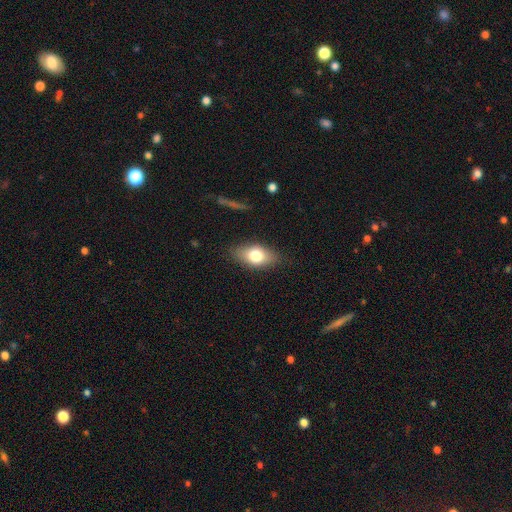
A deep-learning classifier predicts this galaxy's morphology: This is likely a smooth galaxy (73%). How rounded: clearly in between (85%). Merging: clearly none (83%).